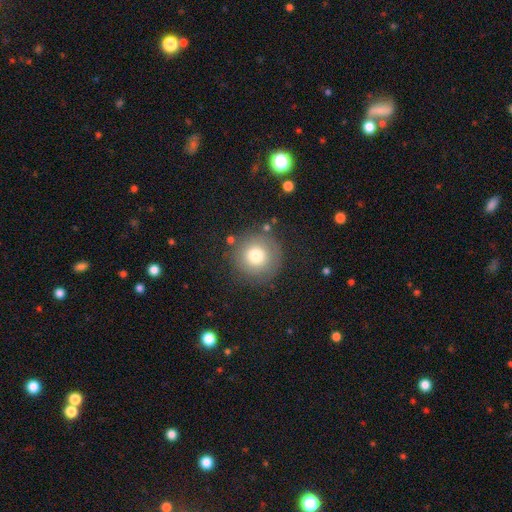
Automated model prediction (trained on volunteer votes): Smooth or featured? Predicted: smooth (p=0.73). How rounded? Predicted: round (p=0.96). Merging? Predicted: none (p=0.82).